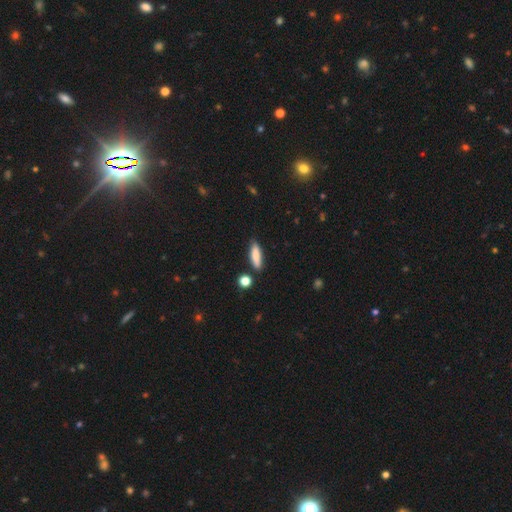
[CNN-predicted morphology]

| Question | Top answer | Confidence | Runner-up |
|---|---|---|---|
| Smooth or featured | smooth | 82% | featured or disk (11%) |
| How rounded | cigar-shaped | 57% | in between (40%) |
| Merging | none | 81% | minor disturbance (13%) |